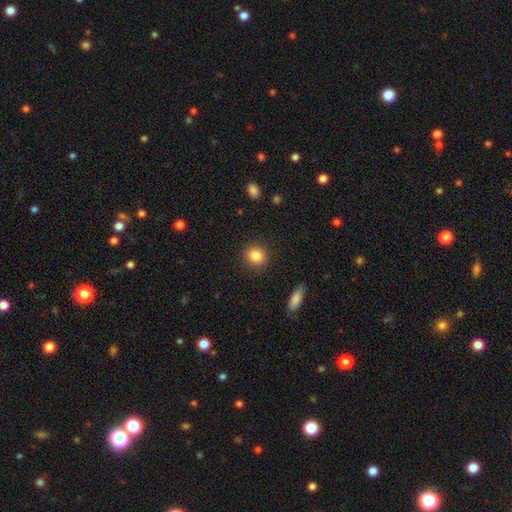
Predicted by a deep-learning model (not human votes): The model was most divided on "how rounded": round: 79%, in between: 20%, cigar-shaped: 1%. More confident: merging — none (89%); smooth or featured — smooth (85%).